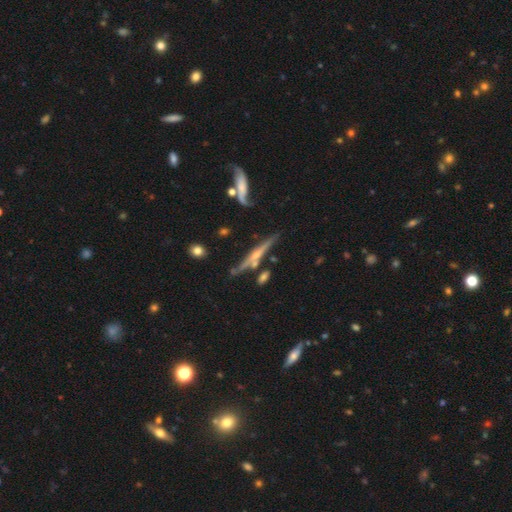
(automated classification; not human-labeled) A featured or disk galaxy (75%) viewed edge-on (95%) with a rounded central bulge (73%). Merging: none (67%).